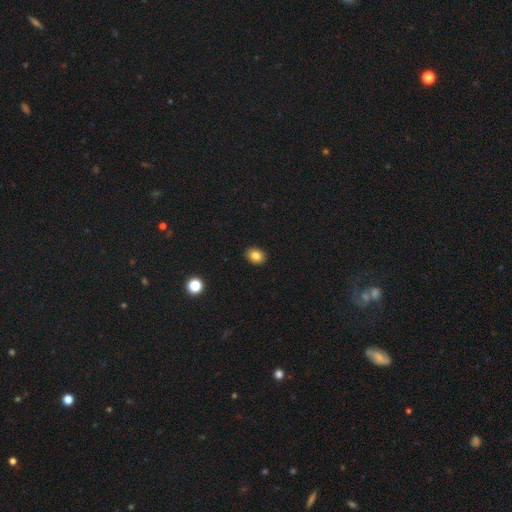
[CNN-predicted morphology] Overall: smooth (83%). How rounded: in between (55%; round 44%). Merging: none (91%).